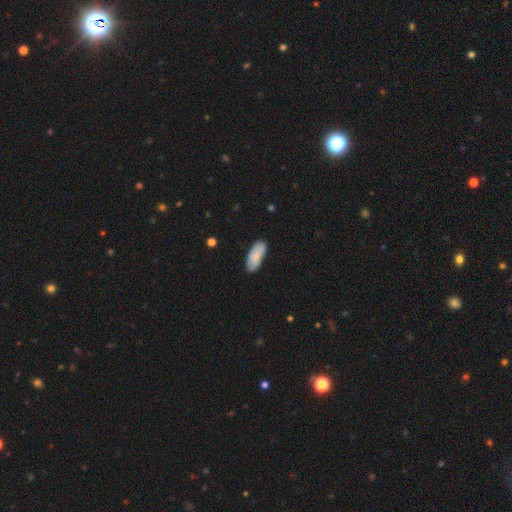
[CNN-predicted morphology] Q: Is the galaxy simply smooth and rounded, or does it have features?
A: smooth — 81%.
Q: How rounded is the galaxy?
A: in between — 83%.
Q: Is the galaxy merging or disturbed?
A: none — 79%.